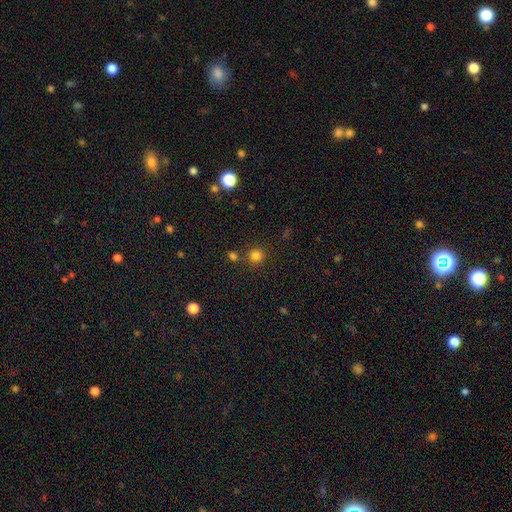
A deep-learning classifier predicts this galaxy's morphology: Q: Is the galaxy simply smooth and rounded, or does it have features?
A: smooth — 81%.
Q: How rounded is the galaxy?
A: round — 91%.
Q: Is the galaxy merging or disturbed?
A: none — 77%.